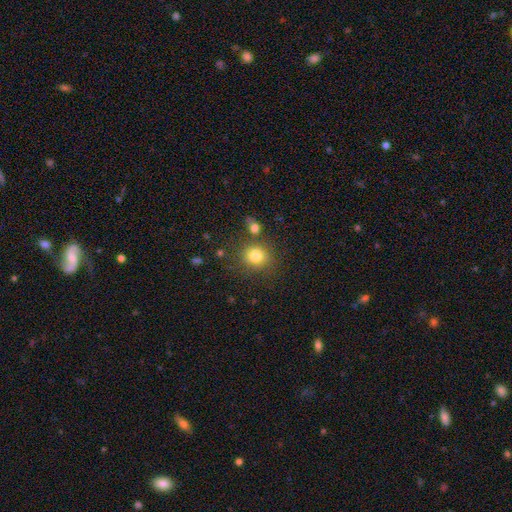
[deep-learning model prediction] The model was most divided on "merging": none: 74%, minor disturbance: 12%, merger: 9%, major disturbance: 5%. More confident: how rounded — round (81%); smooth or featured — smooth (80%).